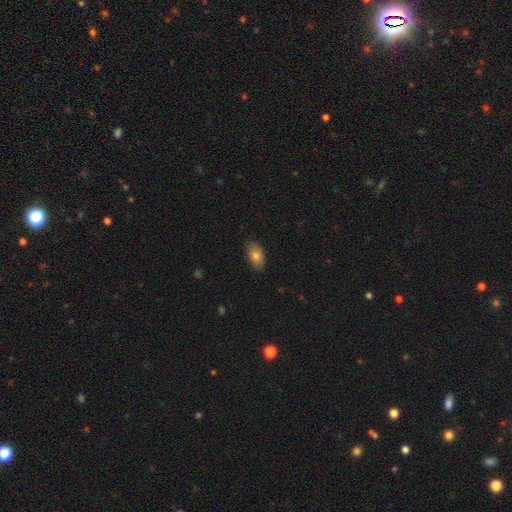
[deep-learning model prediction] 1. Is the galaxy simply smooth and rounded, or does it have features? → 80% smooth, 13% featured or disk, 8% star or artifact.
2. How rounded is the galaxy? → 92% in between, 6% round, 3% cigar-shaped.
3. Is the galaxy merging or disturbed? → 84% none, 13% minor disturbance, 2% major disturbance, 1% merger.